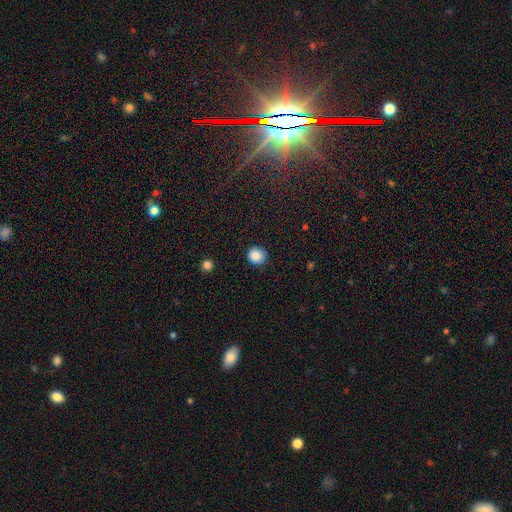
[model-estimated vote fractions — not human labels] Morphology: type=smooth (87%); roundness=round (89%); merging=none (89%).